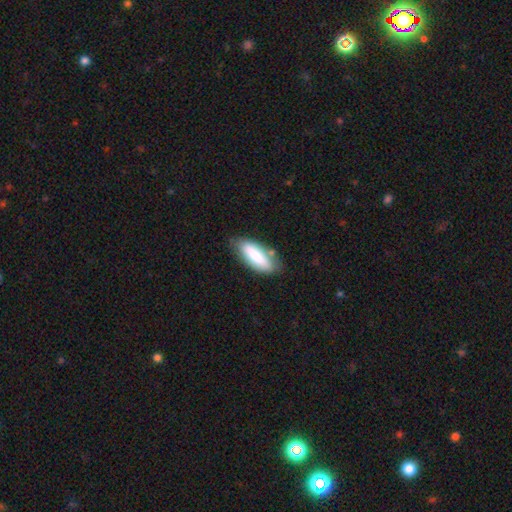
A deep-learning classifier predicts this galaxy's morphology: Overall: smooth (78%). How rounded: in between (68%; cigar-shaped 30%). Merging: none (71%).